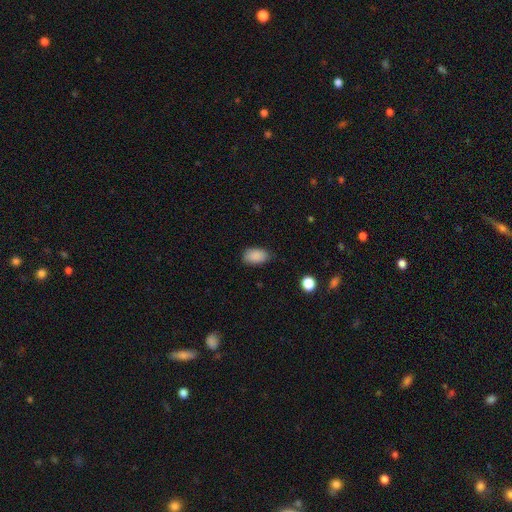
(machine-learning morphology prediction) smooth_or_featured: smooth (p=0.89) [alt: star or artifact p=0.08]
how_rounded: in between (p=0.92) [alt: round p=0.06]
merging: none (p=0.79) [alt: minor disturbance p=0.17]